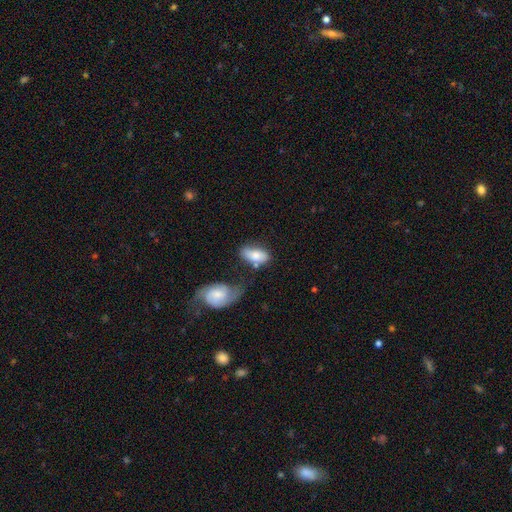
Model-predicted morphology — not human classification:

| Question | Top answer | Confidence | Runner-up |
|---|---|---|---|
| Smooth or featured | smooth | 74% | featured or disk (19%) |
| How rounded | in between | 90% | cigar-shaped (5%) |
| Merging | none | 48% | minor disturbance (22%) |